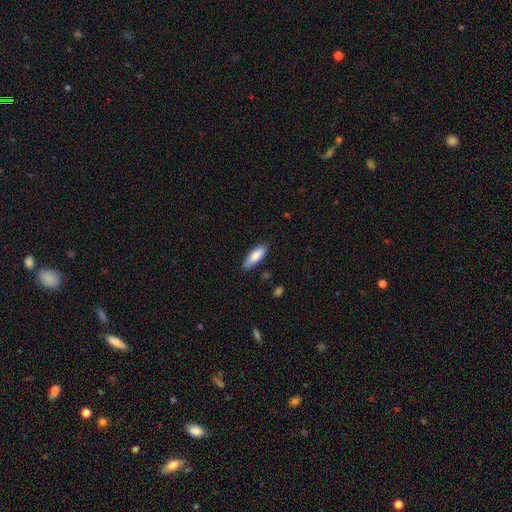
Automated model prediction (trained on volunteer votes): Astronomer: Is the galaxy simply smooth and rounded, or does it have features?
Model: smooth — 83%.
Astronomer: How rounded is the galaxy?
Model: in between — 70%.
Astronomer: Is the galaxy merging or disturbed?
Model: none — 82%.